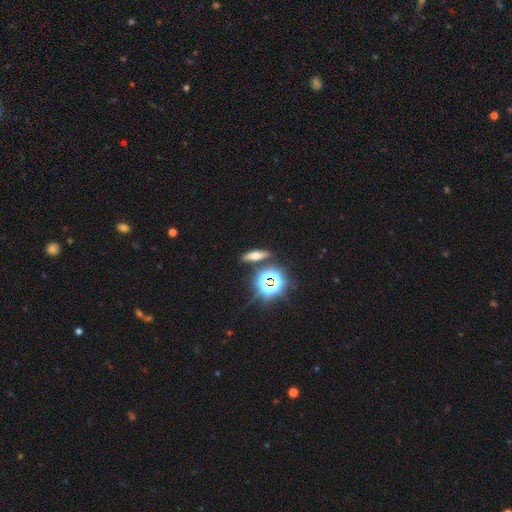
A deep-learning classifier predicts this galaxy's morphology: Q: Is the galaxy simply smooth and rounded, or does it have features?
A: smooth — 43%.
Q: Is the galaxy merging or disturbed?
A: none — 85%.